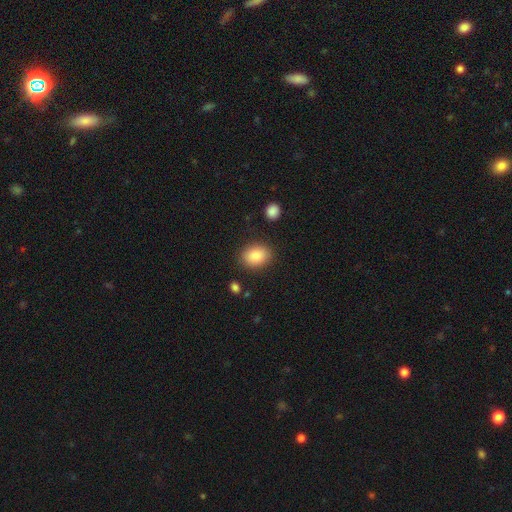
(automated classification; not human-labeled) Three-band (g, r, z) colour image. It shows a smooth galaxy with no disk features (85%) that is in between round and cigar-shaped (66%). Merging: none (85%).